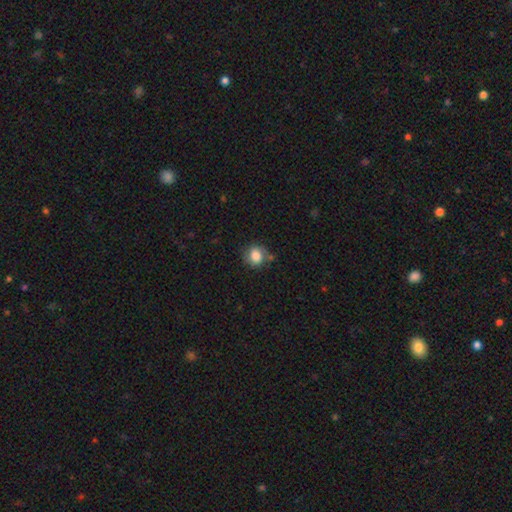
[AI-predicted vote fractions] smooth-or-featured: smooth: 81% | featured or disk: 10% | star or artifact: 9%
  how-rounded: round: 74% | in between: 25% | cigar-shaped: 1%
  merging: none: 67% | minor disturbance: 22% | major disturbance: 6% | merger: 5%